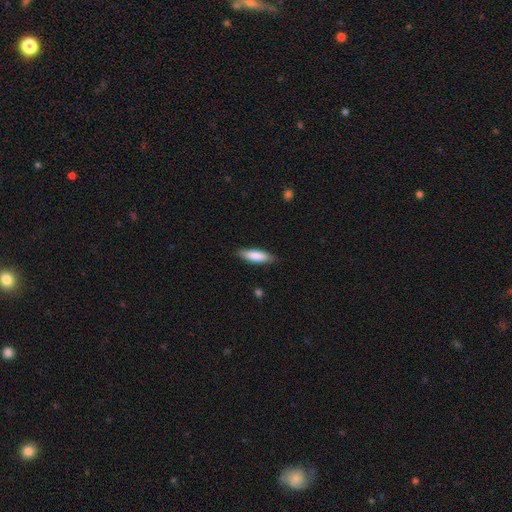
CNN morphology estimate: Smooth or featured? smooth (82%)
How rounded? cigar-shaped (54%)
Merging? none (86%)